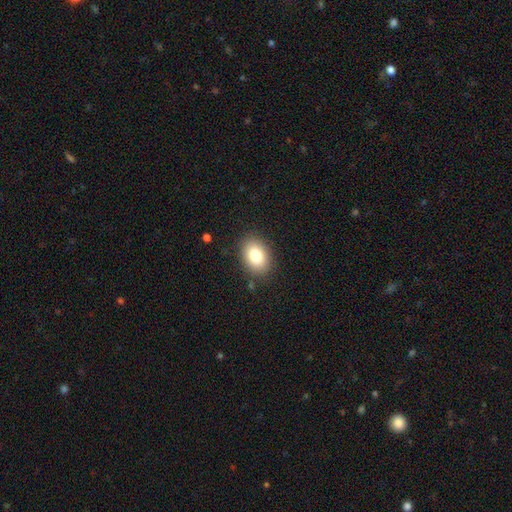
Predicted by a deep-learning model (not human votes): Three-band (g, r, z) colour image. It shows a smooth galaxy with no disk features (83%) that is in between round and cigar-shaped (79%). Merging: none (86%).